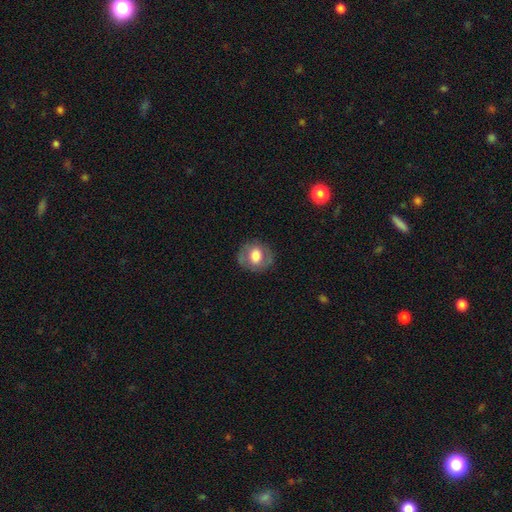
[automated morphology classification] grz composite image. It shows a smooth galaxy with no disk features (61%) that is round (71%). Merging: none (80%).